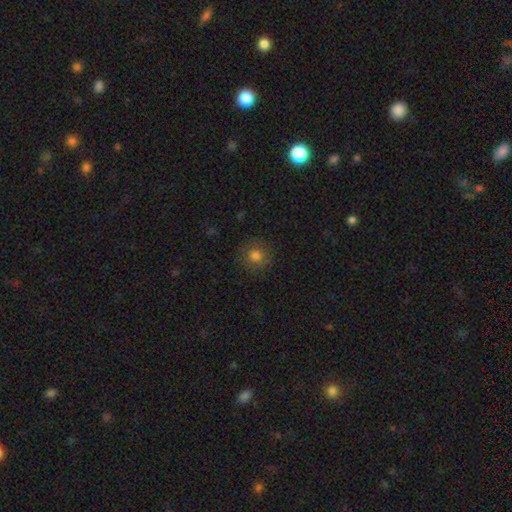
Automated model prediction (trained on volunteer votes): This appears to be a smooth galaxy with no disk features (81%) that is round (92%). Merging: none (88%).